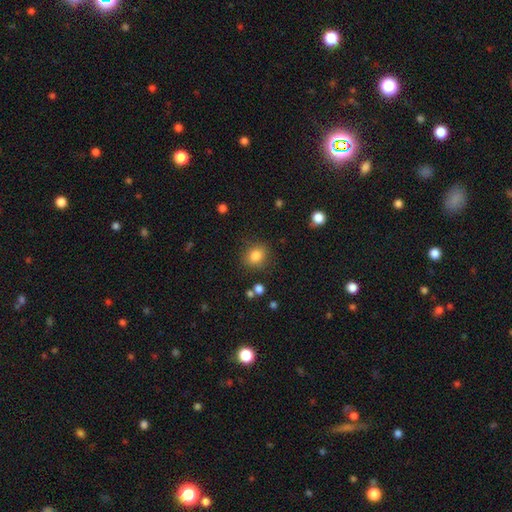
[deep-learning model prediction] smooth_or_featured: smooth (p=0.83) [alt: star or artifact p=0.11]
how_rounded: round (p=0.66) [alt: in between p=0.33]
merging: none (p=0.83) [alt: minor disturbance p=0.11]